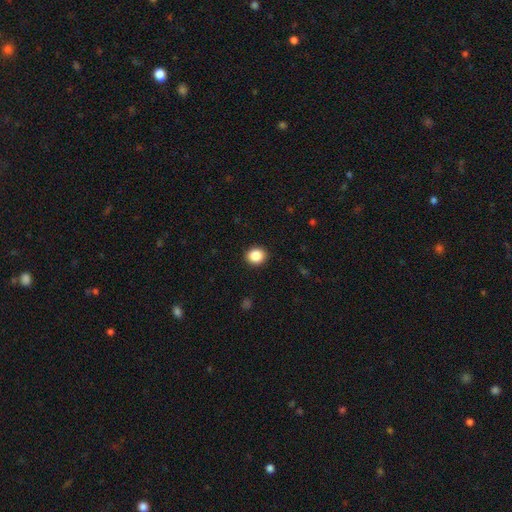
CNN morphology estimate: This appears to be a smooth galaxy with no disk features (87%) that is round (74%). Merging: none (91%).